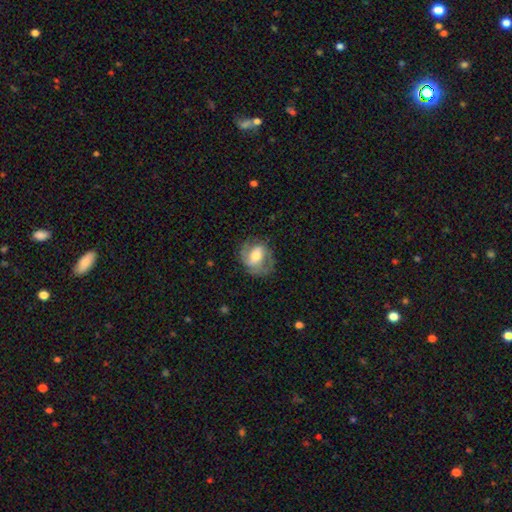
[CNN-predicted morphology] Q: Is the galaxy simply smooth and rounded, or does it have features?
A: featured or disk — 61%.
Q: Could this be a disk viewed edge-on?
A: no — 96%.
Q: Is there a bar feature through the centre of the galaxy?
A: weak — 42%.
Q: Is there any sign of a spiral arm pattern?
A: yes — 78%.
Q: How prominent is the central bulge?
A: moderate — 63%.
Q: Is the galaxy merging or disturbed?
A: none — 64%.